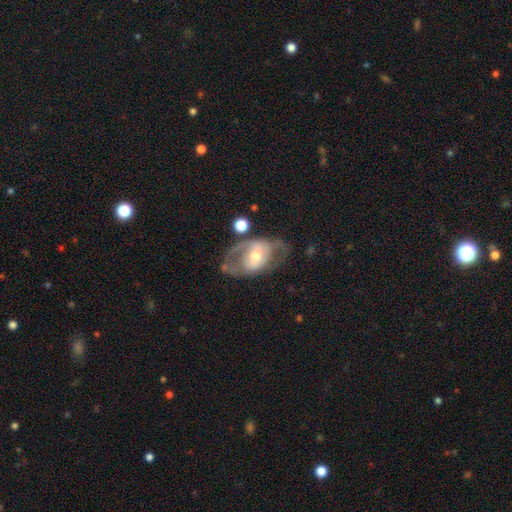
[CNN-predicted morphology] The model was most divided on "bar": no: 42%, weak: 37%, strong: 20%. More confident: edge-on disk — no (93%); smooth or featured — featured or disk (68%); bulge size — moderate (64%); spiral arms — yes (54%); merging — none (50%).